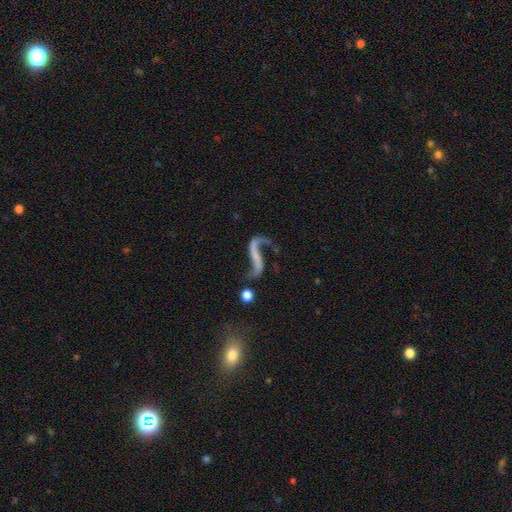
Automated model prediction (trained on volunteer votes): featured or disk 84%, star or artifact 8%, smooth 8%. Down the decision tree: edge-on disk — no (93%); bar — no (38%); spiral arms — yes (91%); spiral arm count — 2 (87%); spiral winding — loose (93%); bulge size — none (57%); merging — none (54%).